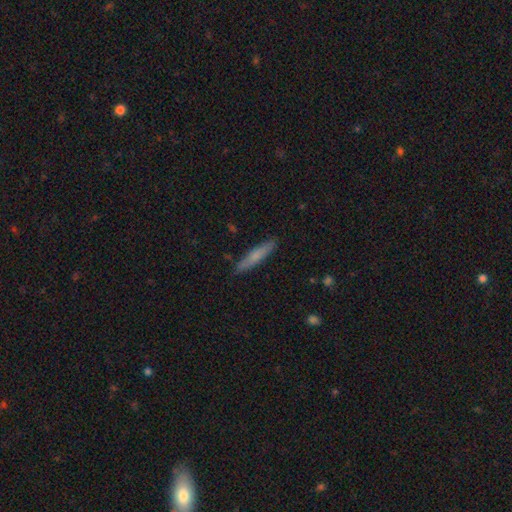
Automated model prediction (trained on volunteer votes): smooth-or-featured: smooth: 64% | featured or disk: 30% | star or artifact: 6%
  how-rounded: cigar-shaped: 91% | in between: 8% | round: 2%
  merging: none: 88% | minor disturbance: 9% | major disturbance: 2% | merger: 1%